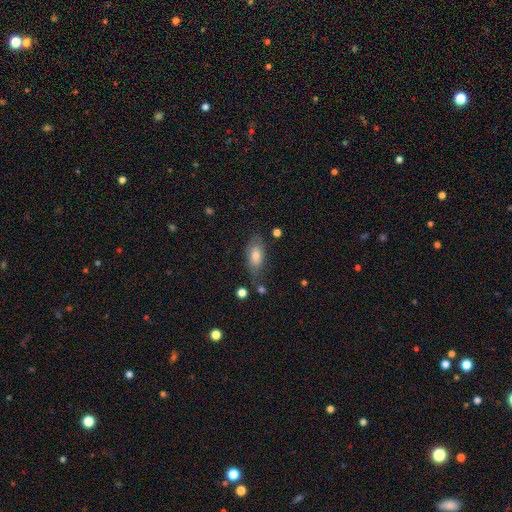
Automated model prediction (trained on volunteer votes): Overall: smooth (69%). How rounded: in between (87%). Merging: none (64%).